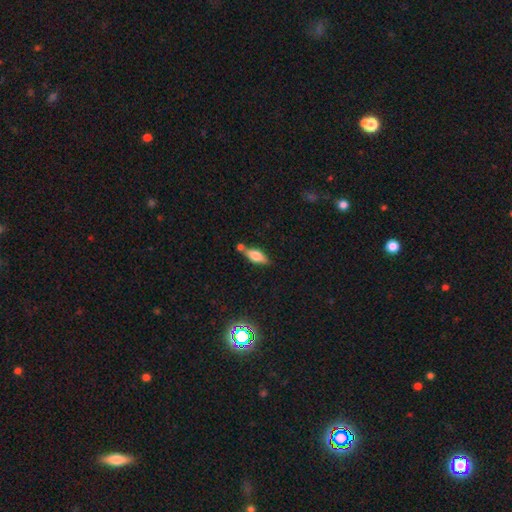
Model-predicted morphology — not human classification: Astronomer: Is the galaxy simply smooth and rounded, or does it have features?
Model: smooth — 52% (runner-up: featured or disk, 39%).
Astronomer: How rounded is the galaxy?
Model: in between — 68%.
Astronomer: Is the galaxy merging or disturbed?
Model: none — 62%.